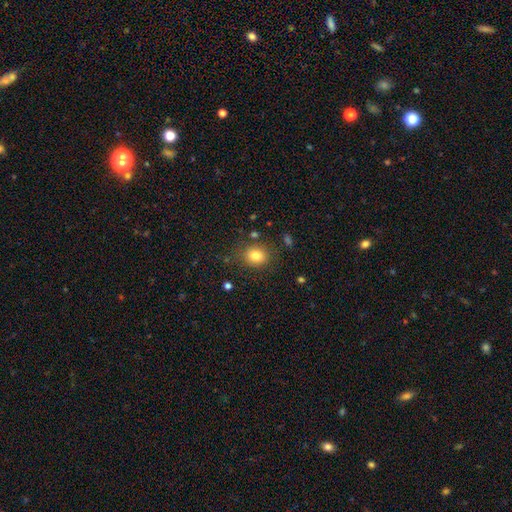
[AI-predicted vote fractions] Smooth or featured: smooth — 80% (star or artifact — 11%)
How rounded: round — 62% (in between — 38%)
Merging: none — 82% (minor disturbance — 11%)